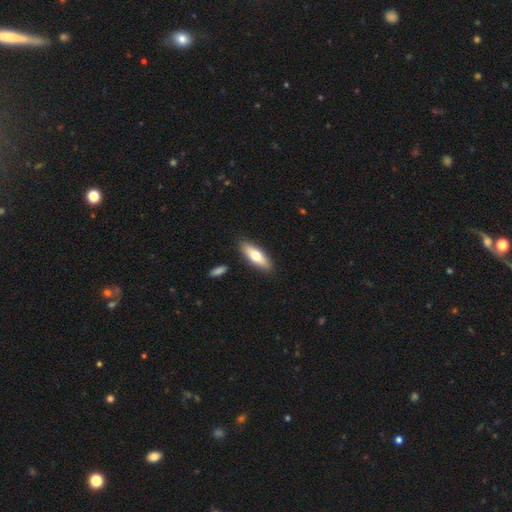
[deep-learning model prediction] Smooth or featured?
  - smooth: 67% *
  - featured or disk: 27%
  - star or artifact: 5%
How rounded?
  - in between: 61% *
  - cigar-shaped: 37%
  - round: 2%
Merging?
  - none: 87% *
  - minor disturbance: 9%
  - merger: 3%
  - major disturbance: 2%